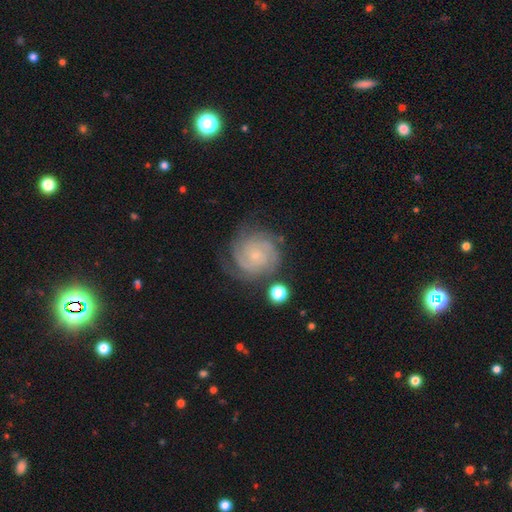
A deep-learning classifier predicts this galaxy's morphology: This appears to be a featured or disk galaxy (82%) with no bar (78%), 3 (26%) tight (71%) spiral arms (96%) and a small central bulge (82%). Merging: none (71%).